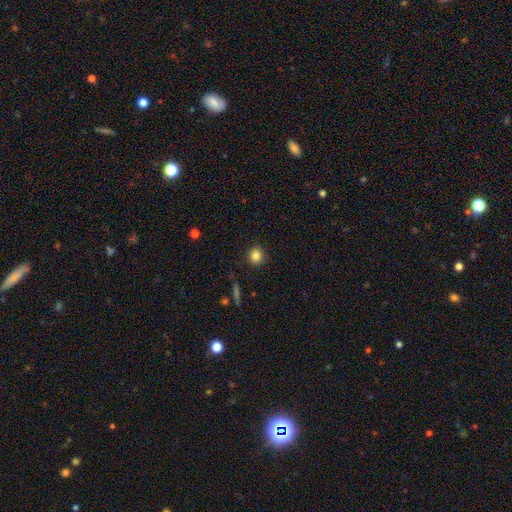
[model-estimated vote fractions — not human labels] Smooth or featured?
  - smooth: 84% *
  - star or artifact: 10%
  - featured or disk: 5%
How rounded?
  - round: 87% *
  - in between: 12%
  - cigar-shaped: 1%
Merging?
  - none: 90% *
  - minor disturbance: 7%
  - major disturbance: 2%
  - merger: 1%